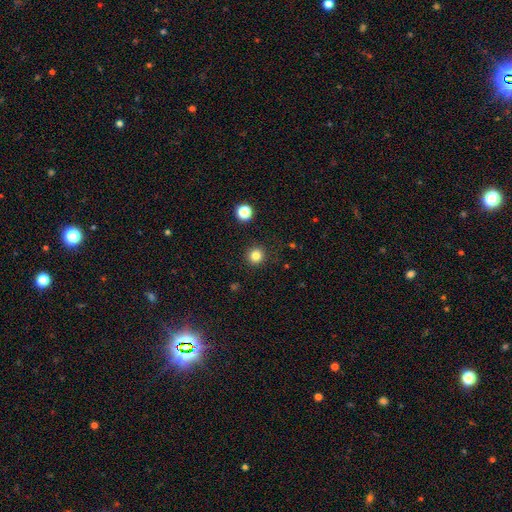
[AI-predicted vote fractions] Smooth or featured: smooth — 82% (star or artifact — 13%)
How rounded: round — 95% (in between — 4%)
Merging: none — 90% (minor disturbance — 6%)